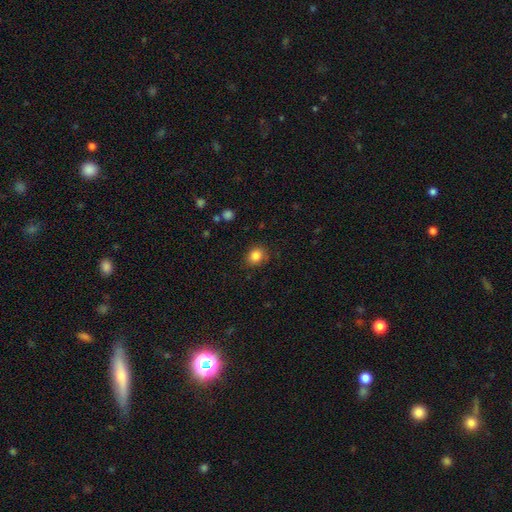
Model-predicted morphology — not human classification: The model was most divided on "how rounded": round: 71%, in between: 28%, cigar-shaped: 1%. More confident: smooth or featured — smooth (84%); merging — none (82%).